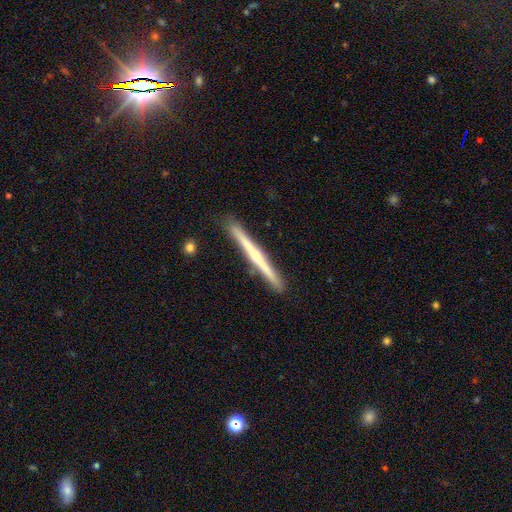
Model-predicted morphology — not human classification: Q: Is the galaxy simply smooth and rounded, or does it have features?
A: featured or disk — 69%.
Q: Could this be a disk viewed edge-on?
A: yes — 98%.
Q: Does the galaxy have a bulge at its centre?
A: rounded — 56%.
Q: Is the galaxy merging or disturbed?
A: none — 90%.